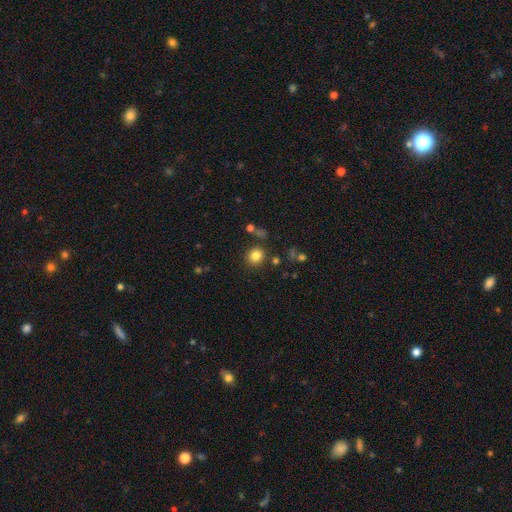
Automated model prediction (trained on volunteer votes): Morphology: type=smooth (81%); roundness=round (76%); merging=none (83%).